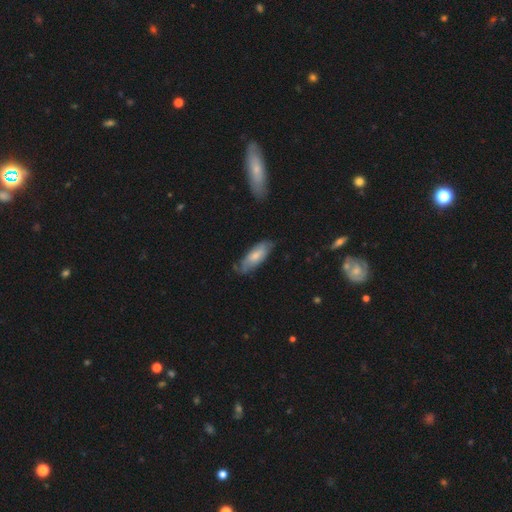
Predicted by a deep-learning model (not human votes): smooth 63%, featured or disk 31%, star or artifact 6%. Down the decision tree: how rounded — in between (69%); merging — none (68%).